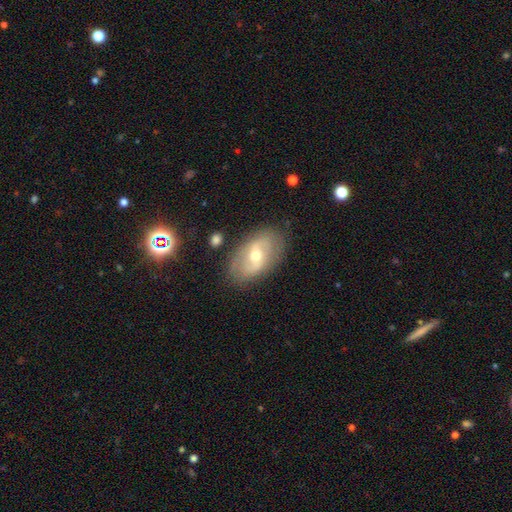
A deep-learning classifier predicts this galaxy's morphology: This appears to be a featured or disk galaxy (63%) with a weak bar (46%), spiral arms (60%) and a moderate central bulge (65%). Merging: none (79%).